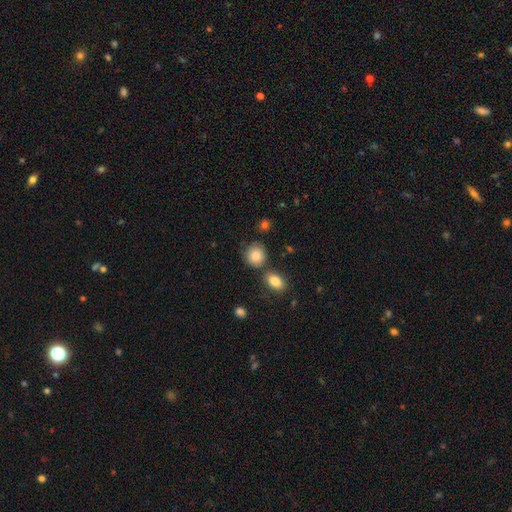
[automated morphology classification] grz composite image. It shows a smooth galaxy with no disk features (81%) that is round (81%). Merging: none (68%).